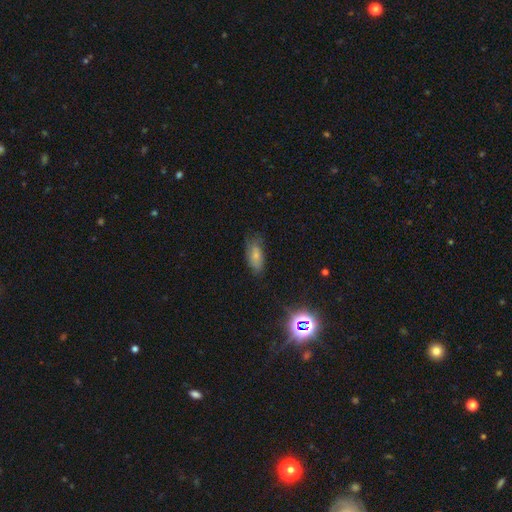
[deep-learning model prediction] A smooth galaxy with no disk features (69%) that is in between round and cigar-shaped (87%). Merging: none (65%).